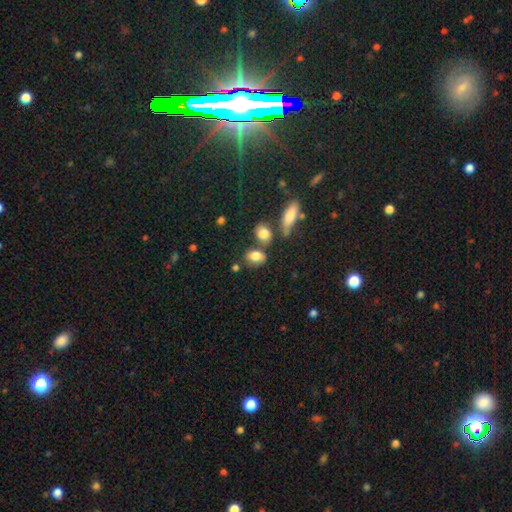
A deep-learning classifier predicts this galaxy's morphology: type=smooth (81%); roundness=in between (78%); merging=none (60%).